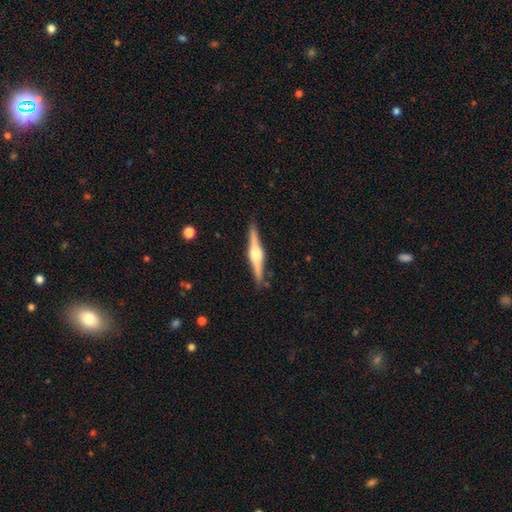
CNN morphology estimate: Smooth or featured? featured or disk (79%)
Edge-on disk? yes (98%)
Edge-on bulge? rounded (90%)
Merging? none (89%)